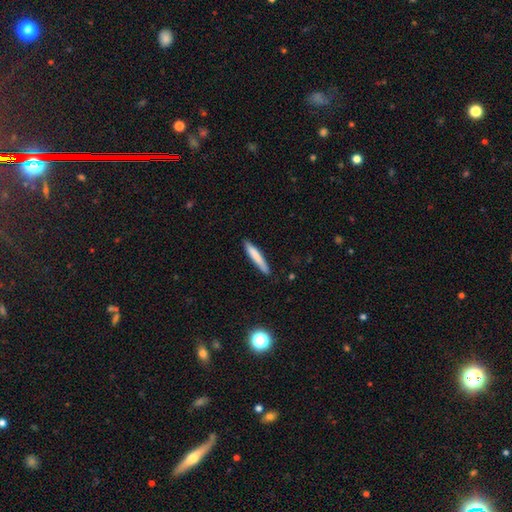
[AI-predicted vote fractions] Smooth or featured: smooth — 79% (featured or disk — 16%)
How rounded: cigar-shaped — 93% (in between — 6%)
Merging: none — 86% (minor disturbance — 11%)